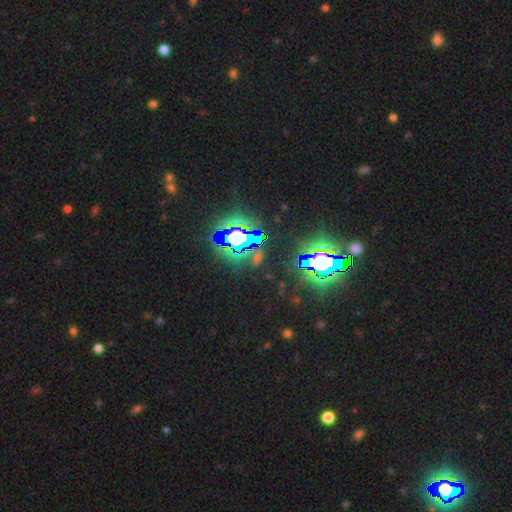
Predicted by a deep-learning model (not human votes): smooth_or_featured: star or artifact (p=0.79) [alt: smooth p=0.11]